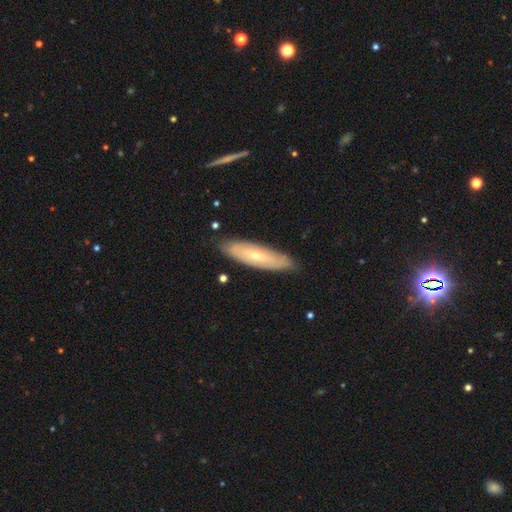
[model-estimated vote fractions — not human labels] The model was most divided on "smooth or featured" (2-way tie): featured or disk: 47%, smooth: 47%, star or artifact: 6%. More confident: merging — none (84%).